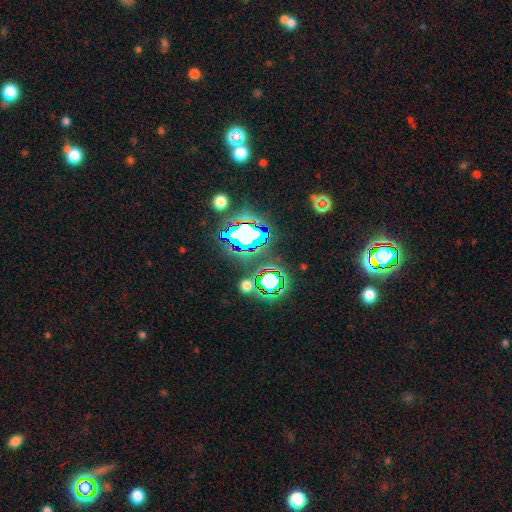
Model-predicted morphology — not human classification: Q: Smooth or featured?
A: star or artifact (81%); runner-up: smooth (12%)